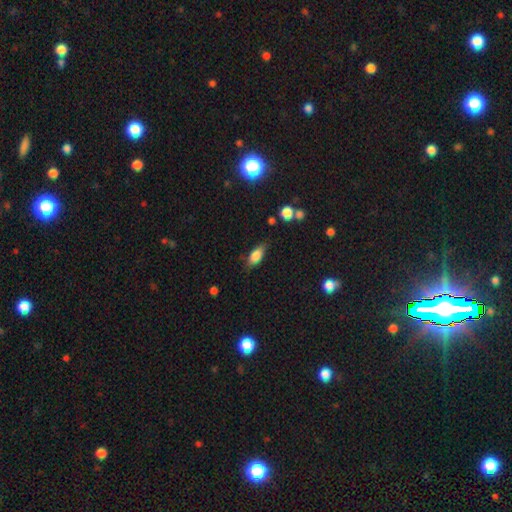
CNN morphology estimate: smooth-or-featured: smooth: 79% | featured or disk: 13% | star or artifact: 8%
  how-rounded: in between: 81% | cigar-shaped: 14% | round: 4%
  merging: none: 71% | minor disturbance: 21% | major disturbance: 5% | merger: 2%